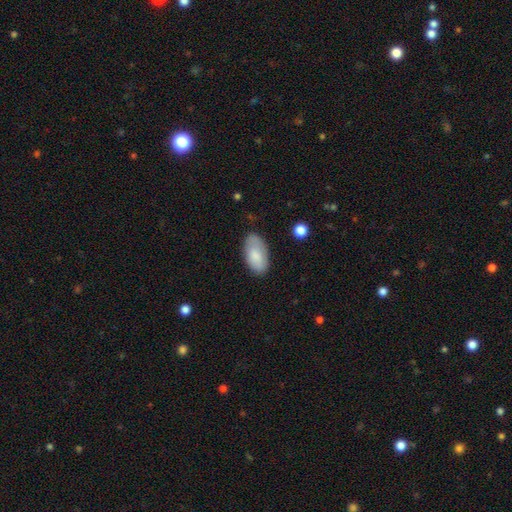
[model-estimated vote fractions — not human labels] This is clearly a smooth galaxy (81%). How rounded: clearly in between (95%). Merging: likely none (78%).